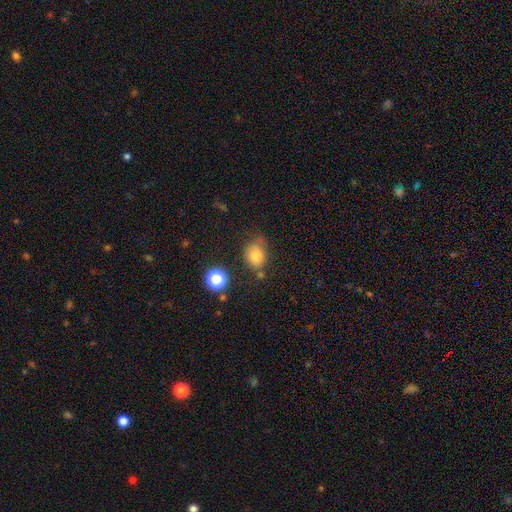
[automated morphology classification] type=smooth (80%); roundness=in between (57%); merging=none (55%).